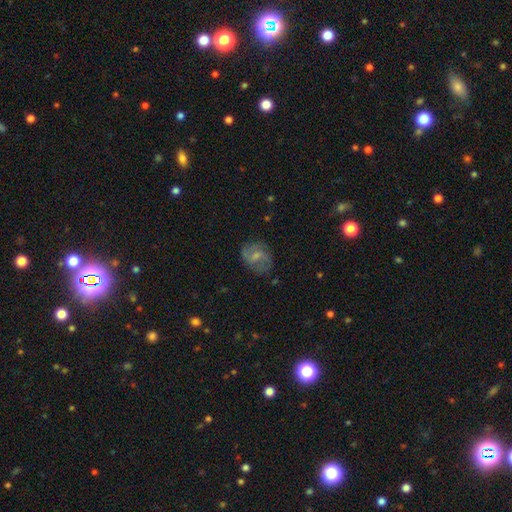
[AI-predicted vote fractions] Morphology: type=featured or disk (48%); merging=none (66%).